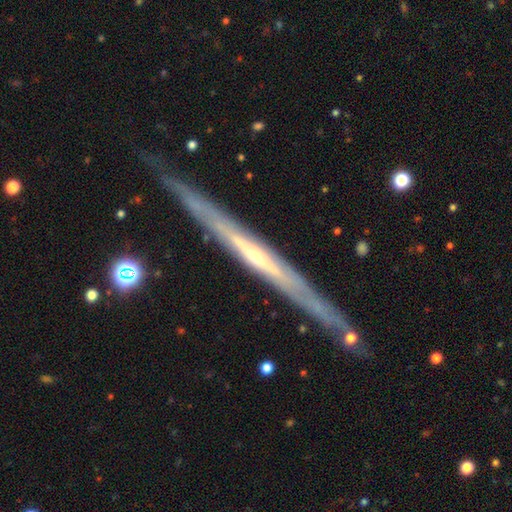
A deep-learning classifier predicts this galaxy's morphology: This appears to be a featured or disk galaxy (81%) viewed edge-on (94%) with no central bulge (61%). Merging: none (84%).